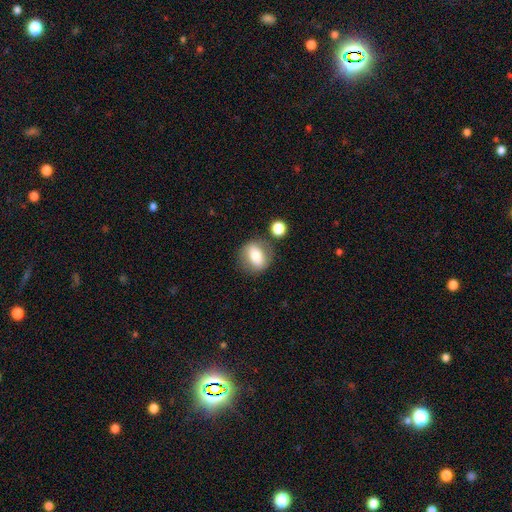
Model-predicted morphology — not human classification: This appears to be a smooth galaxy with no disk features (66%) that is round (52%). Merging: none (75%).